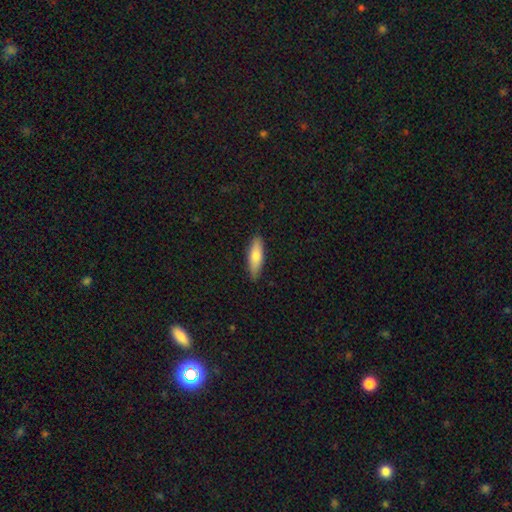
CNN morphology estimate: The model was most divided on "how rounded": cigar-shaped: 51%, in between: 47%, round: 2%. More confident: merging — none (87%); smooth or featured — smooth (74%).